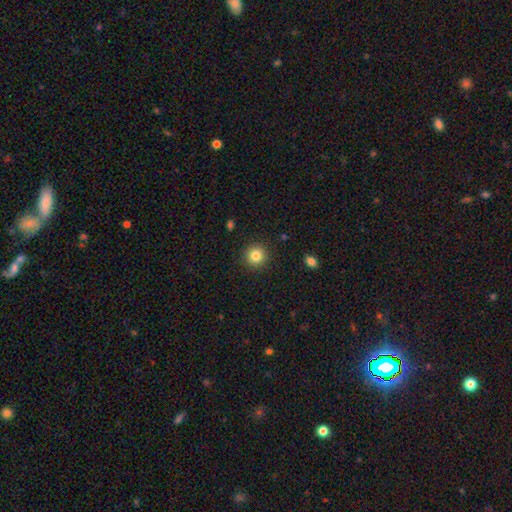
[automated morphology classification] smooth_or_featured: smooth (p=0.84) [alt: star or artifact p=0.10]
how_rounded: round (p=0.94) [alt: in between p=0.05]
merging: none (p=0.91) [alt: minor disturbance p=0.06]